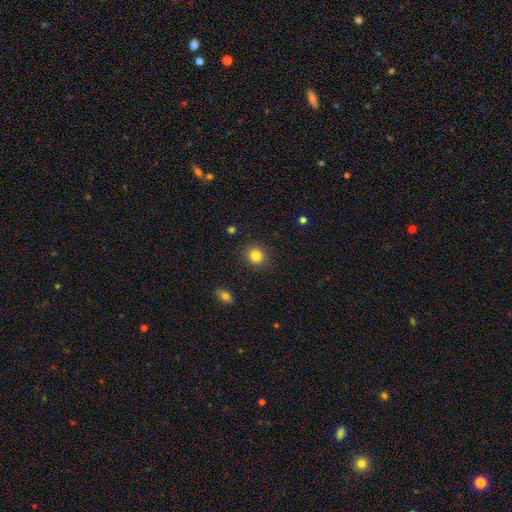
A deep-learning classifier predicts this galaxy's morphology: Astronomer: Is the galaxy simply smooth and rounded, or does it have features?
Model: smooth — 85%.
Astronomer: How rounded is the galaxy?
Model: round — 84%.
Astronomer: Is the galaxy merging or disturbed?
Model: none — 89%.